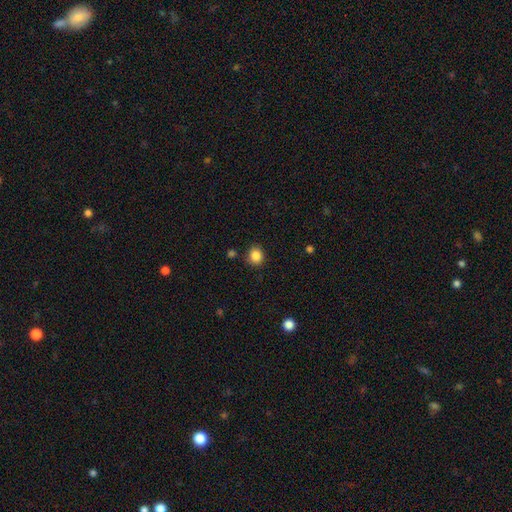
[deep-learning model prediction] This is clearly a smooth galaxy (86%). How rounded: likely round (78%). Merging: clearly none (85%).